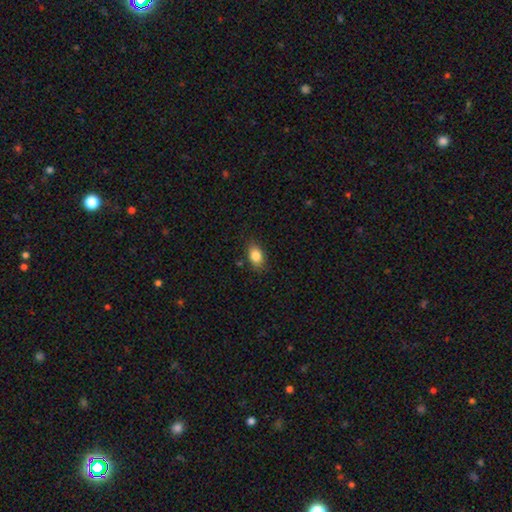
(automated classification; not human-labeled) A smooth galaxy with no disk features (84%) that is in between round and cigar-shaped (83%).

Vote fractions:
- Smooth or featured? smooth: 84% / star or artifact: 9% / featured or disk: 7%
- How rounded? in between: 83% / round: 15% / cigar-shaped: 2%
- Merging? none: 82% / minor disturbance: 13% / major disturbance: 3% / merger: 2%